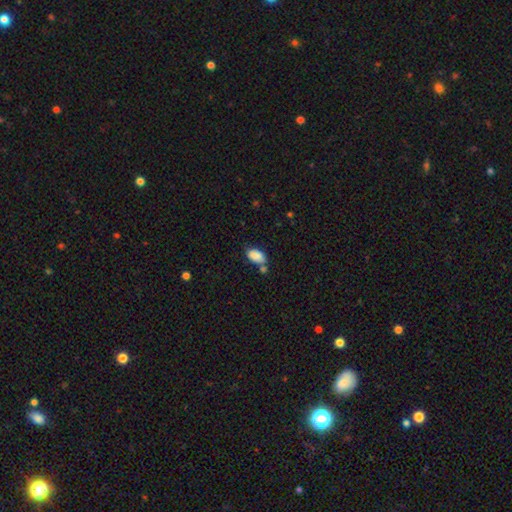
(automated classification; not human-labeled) A smooth galaxy with no disk features (87%) that is in between round and cigar-shaped (93%).

Vote fractions:
- Smooth or featured? smooth: 87% / star or artifact: 8% / featured or disk: 5%
- How rounded? in between: 93% / round: 4% / cigar-shaped: 2%
- Merging? none: 57% / merger: 20% / minor disturbance: 18% / major disturbance: 5%